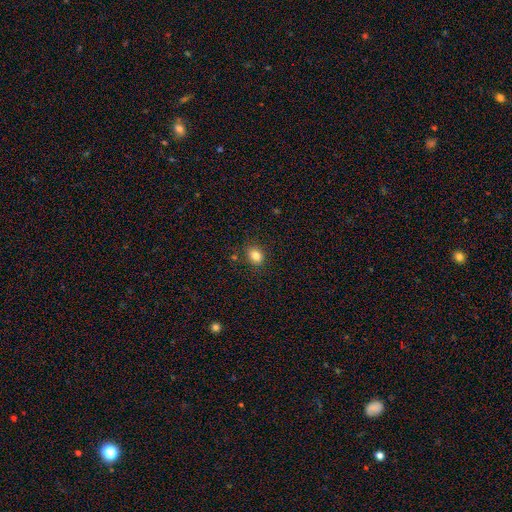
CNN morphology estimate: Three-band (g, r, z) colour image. It shows a smooth galaxy with no disk features (83%) that is in between round and cigar-shaped (51%). Merging: none (85%).